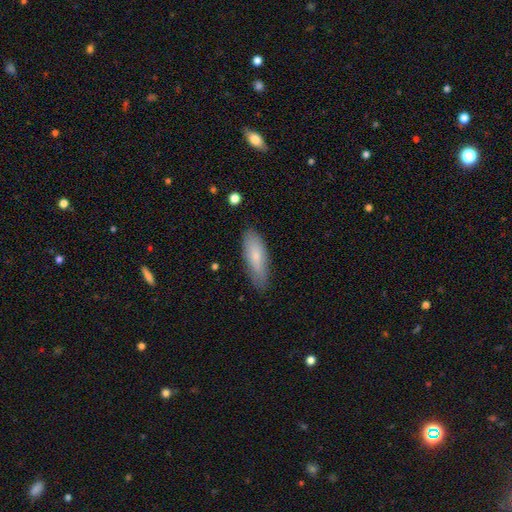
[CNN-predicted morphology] Smooth or featured? Predicted: smooth (p=0.74). How rounded? Predicted: in between (p=0.56). Merging? Predicted: none (p=0.80).